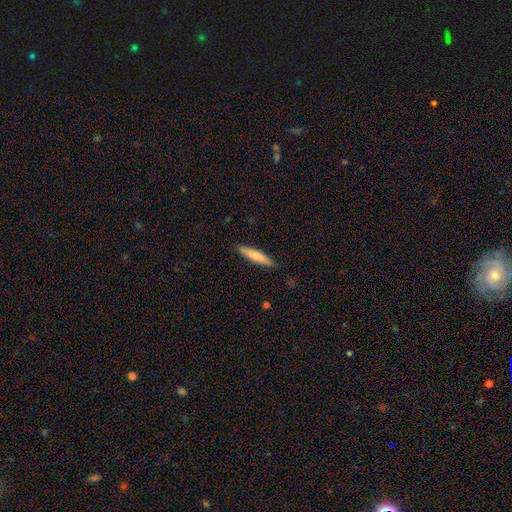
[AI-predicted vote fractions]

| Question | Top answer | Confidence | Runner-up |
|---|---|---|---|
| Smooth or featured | smooth | 76% | featured or disk (18%) |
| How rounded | cigar-shaped | 86% | in between (13%) |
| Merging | none | 86% | minor disturbance (11%) |